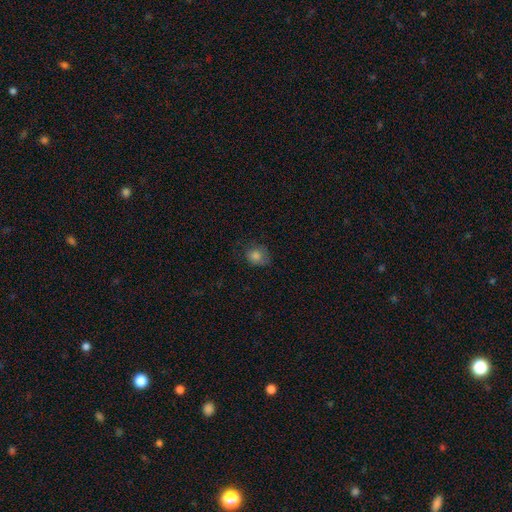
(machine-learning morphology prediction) Q: Smooth or featured?
A: smooth (80%); runner-up: star or artifact (11%)
Q: How rounded?
A: round (64%); runner-up: in between (35%)
Q: Merging?
A: none (63%); runner-up: minor disturbance (26%)